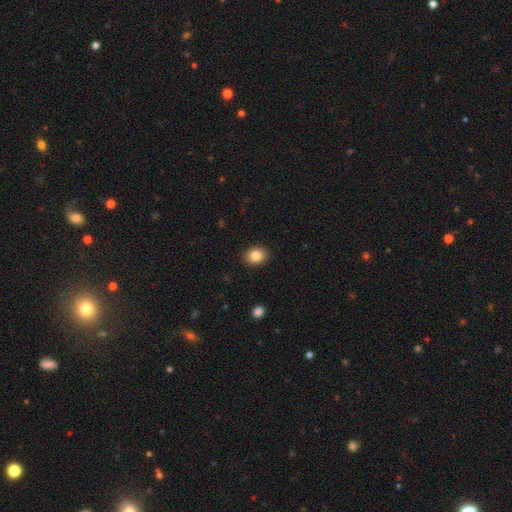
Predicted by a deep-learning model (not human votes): smooth-or-featured: smooth: 85% | star or artifact: 9% | featured or disk: 6%
  how-rounded: in between: 56% | round: 43% | cigar-shaped: 1%
  merging: none: 90% | minor disturbance: 7% | major disturbance: 2% | merger: 1%